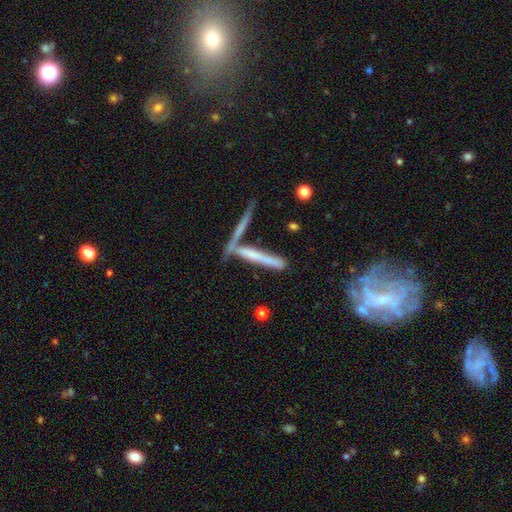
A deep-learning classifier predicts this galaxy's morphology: Smooth or featured? featured or disk (53%)
Edge-on disk? yes (84%)
Merging? none (46%)